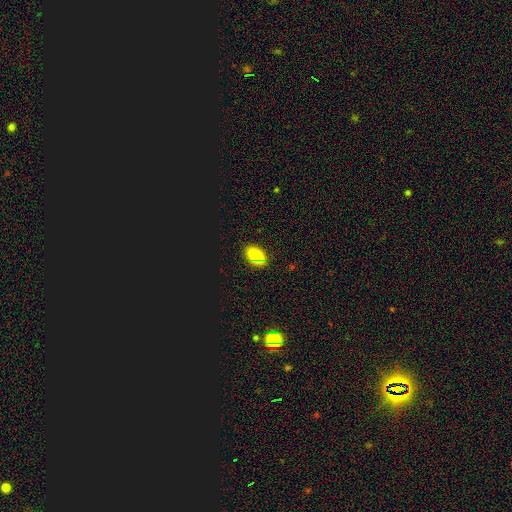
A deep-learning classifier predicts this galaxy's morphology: smooth 75%, star or artifact 19%, featured or disk 6%. Down the decision tree: how rounded — in between (83%); merging — none (86%).